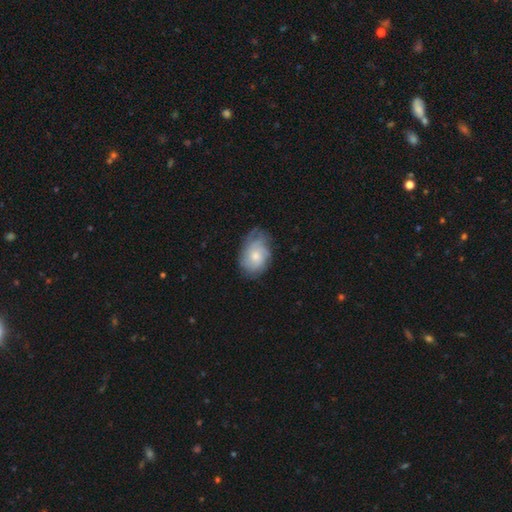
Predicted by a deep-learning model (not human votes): Smooth or featured? smooth (49%)
Merging? none (54%)